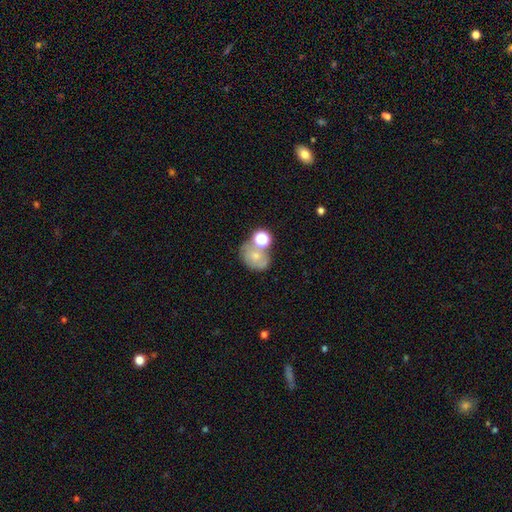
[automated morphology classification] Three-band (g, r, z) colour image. It shows a smooth galaxy with no disk features (61%) that is in between round and cigar-shaped (54%). Merging: none (39%).